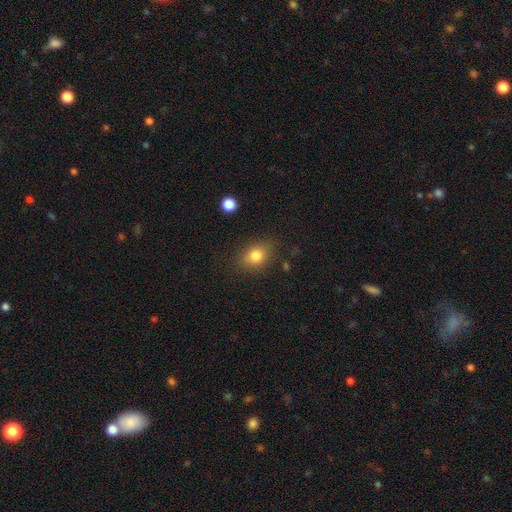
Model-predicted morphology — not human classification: This is clearly a smooth galaxy (80%). How rounded: possibly in between (60%). Merging: clearly none (80%).